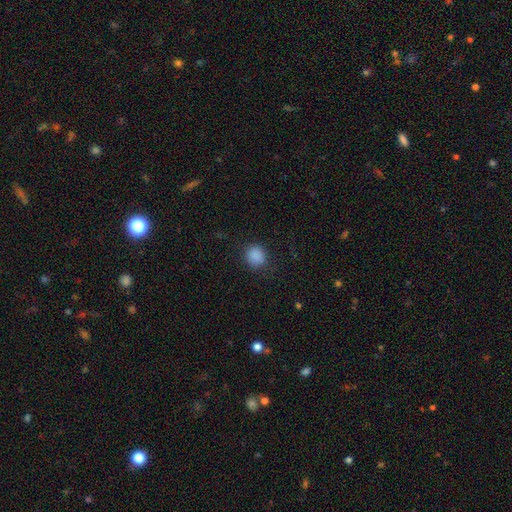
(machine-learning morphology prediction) This appears to be a smooth galaxy with no disk features (87%) that is round (83%). Merging: none (84%).